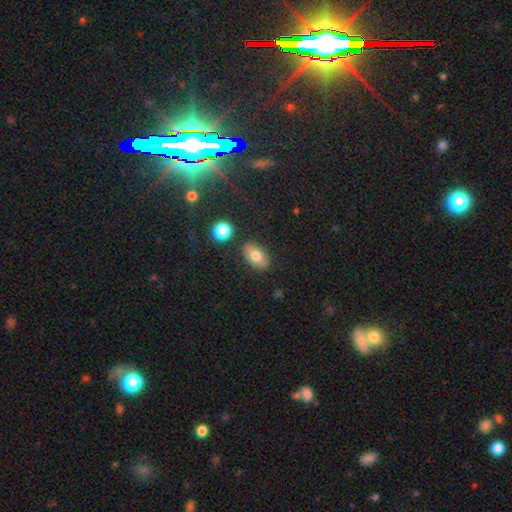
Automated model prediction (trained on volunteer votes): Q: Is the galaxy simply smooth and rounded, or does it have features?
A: smooth — 75%.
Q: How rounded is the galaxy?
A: in between — 89%.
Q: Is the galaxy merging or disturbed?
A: none — 83%.